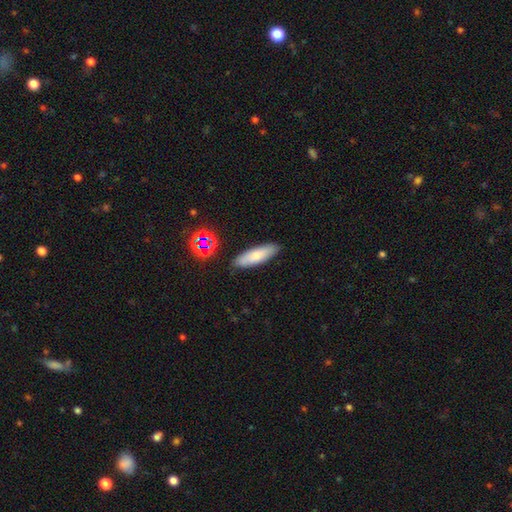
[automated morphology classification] Smooth or featured: smooth — 72% (featured or disk — 20%)
How rounded: cigar-shaped — 53% (in between — 45%)
Merging: none — 85% (minor disturbance — 10%)